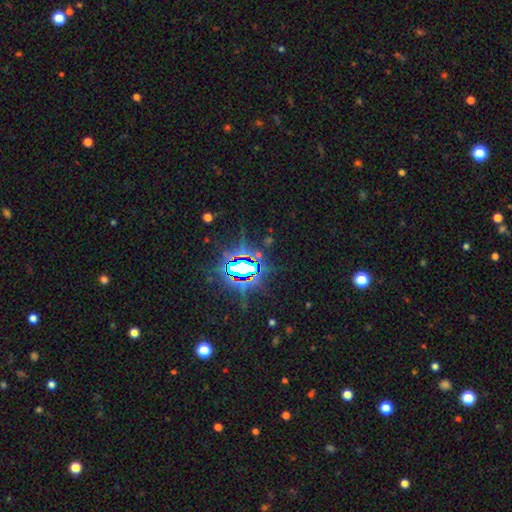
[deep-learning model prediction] A star or artifact, not a galaxy (79%).

Vote fractions:
- Smooth or featured? star or artifact: 79% / smooth: 11% / featured or disk: 10%